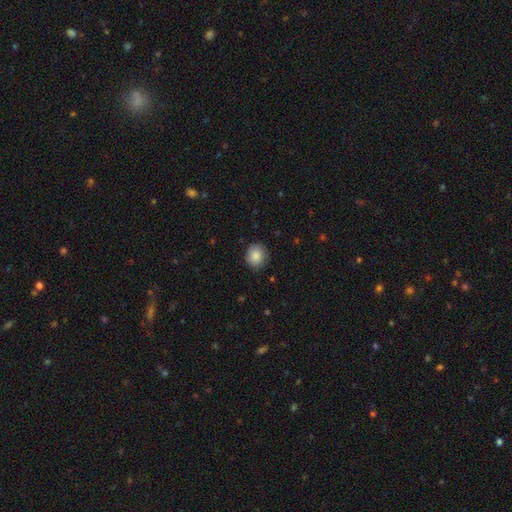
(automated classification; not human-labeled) Q: Smooth or featured?
A: smooth (87%); runner-up: star or artifact (8%)
Q: How rounded?
A: round (79%); runner-up: in between (20%)
Q: Merging?
A: none (85%); runner-up: minor disturbance (12%)